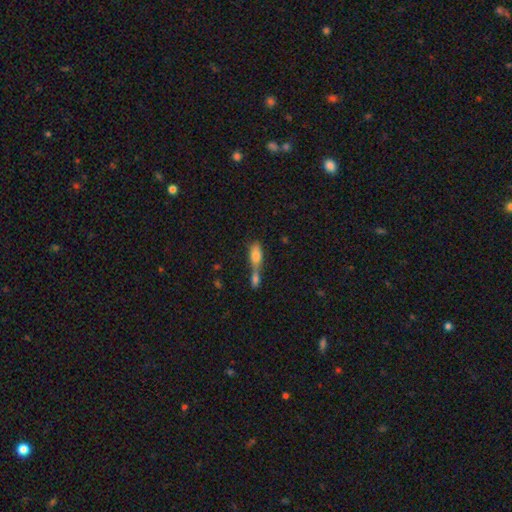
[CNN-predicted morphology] Smooth or featured?
  - smooth: 77% *
  - featured or disk: 15%
  - star or artifact: 8%
How rounded?
  - in between: 74% *
  - cigar-shaped: 21%
  - round: 4%
Merging?
  - merger: 68% *
  - none: 19%
  - minor disturbance: 8%
  - major disturbance: 5%